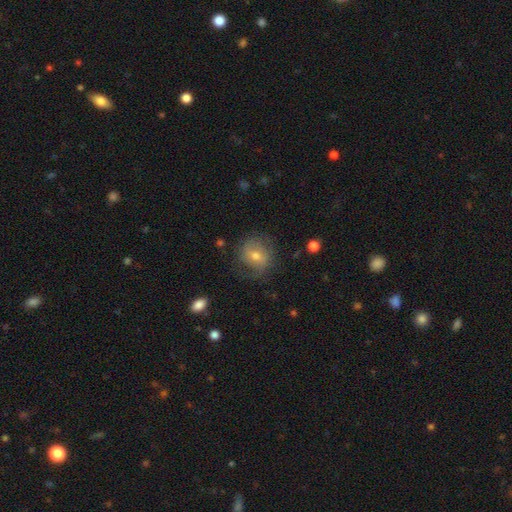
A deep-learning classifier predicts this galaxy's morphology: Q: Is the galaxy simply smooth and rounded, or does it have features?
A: smooth — 53%.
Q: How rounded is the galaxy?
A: round — 69%.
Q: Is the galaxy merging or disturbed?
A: none — 68%.